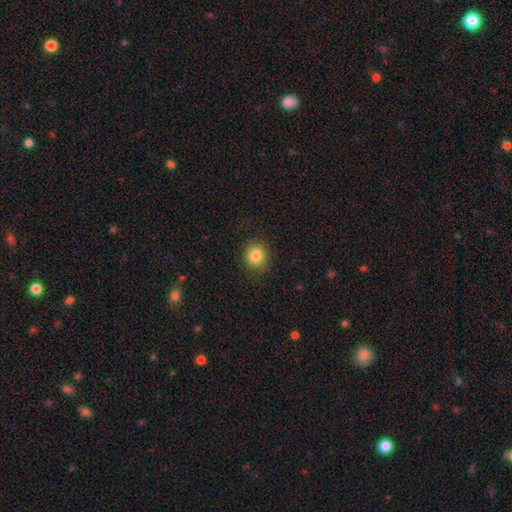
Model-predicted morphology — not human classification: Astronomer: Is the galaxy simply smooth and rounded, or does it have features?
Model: smooth — 84%.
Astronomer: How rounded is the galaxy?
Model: round — 84%.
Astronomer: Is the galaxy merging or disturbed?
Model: none — 84%.